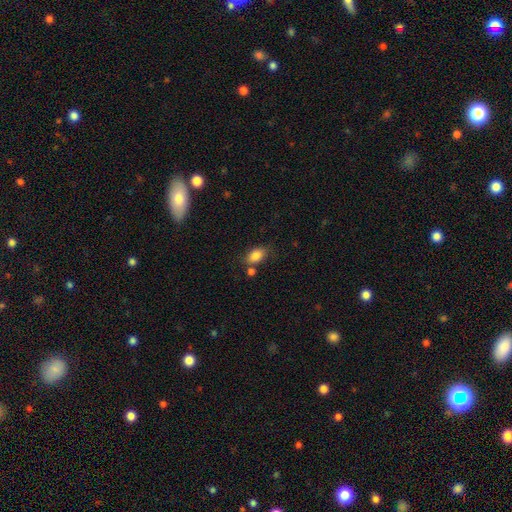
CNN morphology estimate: A smooth galaxy with no disk features (84%) that is in between round and cigar-shaped (87%).

Vote fractions:
- Smooth or featured? smooth: 84% / star or artifact: 8% / featured or disk: 8%
- How rounded? in between: 87% / round: 10% / cigar-shaped: 4%
- Merging? none: 70% / minor disturbance: 15% / merger: 10% / major disturbance: 4%